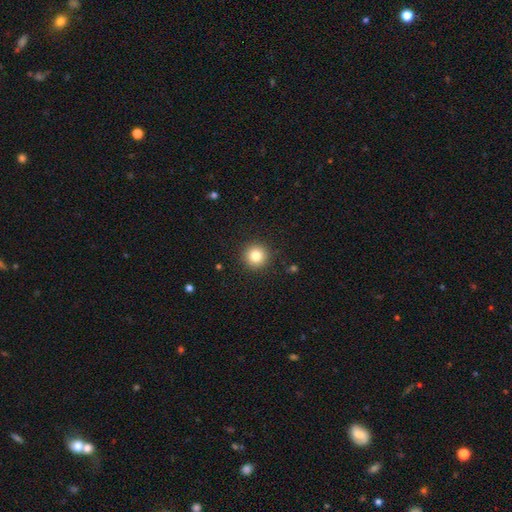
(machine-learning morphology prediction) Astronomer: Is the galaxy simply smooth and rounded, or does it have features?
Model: smooth — 82%.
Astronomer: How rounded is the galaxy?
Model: round — 95%.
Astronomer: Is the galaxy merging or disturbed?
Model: none — 92%.